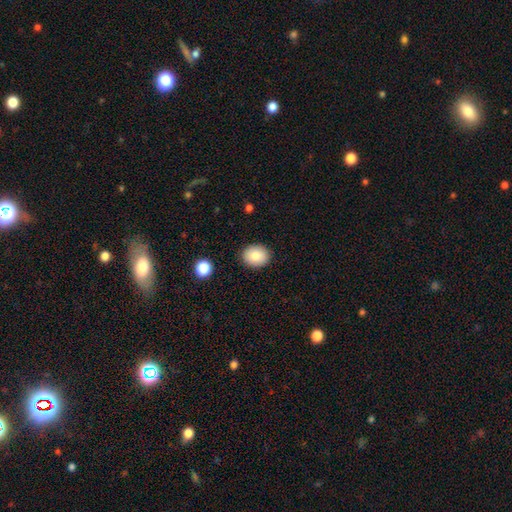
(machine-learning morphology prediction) This appears to be a smooth galaxy with no disk features (83%) that is round (53%). Merging: none (89%).